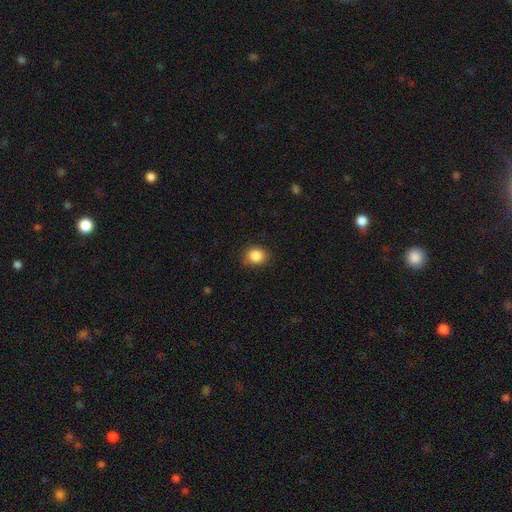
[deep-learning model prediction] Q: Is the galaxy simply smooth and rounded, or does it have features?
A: smooth — 87%.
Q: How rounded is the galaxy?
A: round — 73%.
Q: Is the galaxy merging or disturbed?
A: none — 85%.